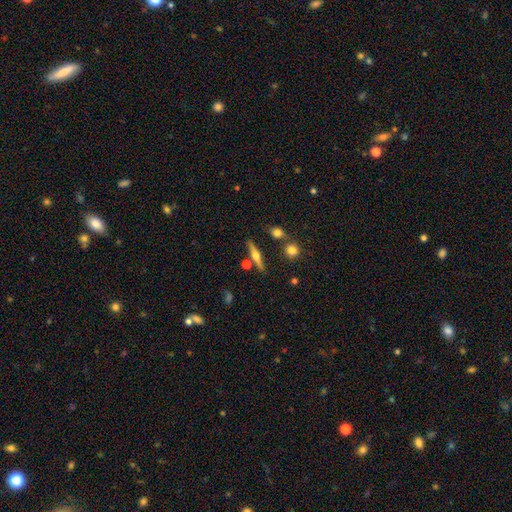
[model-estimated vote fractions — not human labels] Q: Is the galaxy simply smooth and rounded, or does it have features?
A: featured or disk — 66%.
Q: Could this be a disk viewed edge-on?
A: yes — 96%.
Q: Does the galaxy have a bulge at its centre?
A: rounded — 93%.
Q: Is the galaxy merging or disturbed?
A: none — 80%.